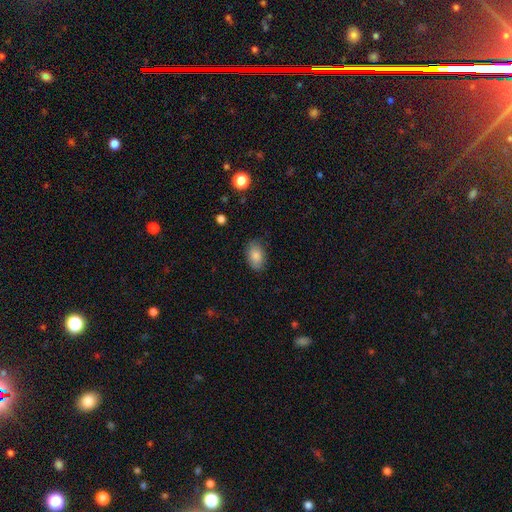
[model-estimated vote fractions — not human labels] Q: Smooth or featured?
A: smooth (85%); runner-up: star or artifact (8%)
Q: How rounded?
A: in between (89%); runner-up: round (10%)
Q: Merging?
A: none (82%); runner-up: minor disturbance (14%)